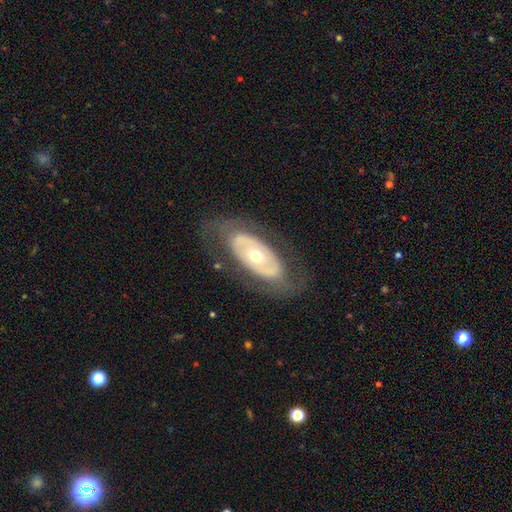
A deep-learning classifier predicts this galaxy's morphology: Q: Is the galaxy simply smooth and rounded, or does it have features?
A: featured or disk — 65%.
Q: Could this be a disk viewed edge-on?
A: no — 88%.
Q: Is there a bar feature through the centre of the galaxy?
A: no — 83%.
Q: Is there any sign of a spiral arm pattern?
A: no — 75%.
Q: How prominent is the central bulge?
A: moderate — 65%.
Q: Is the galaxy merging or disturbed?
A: none — 75%.